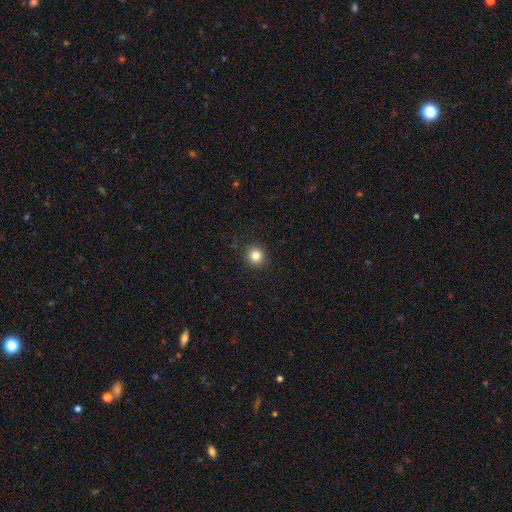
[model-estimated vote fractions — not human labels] The model was most divided on "smooth or featured": smooth: 83%, star or artifact: 12%, featured or disk: 5%. More confident: merging — none (90%); how rounded — round (90%).